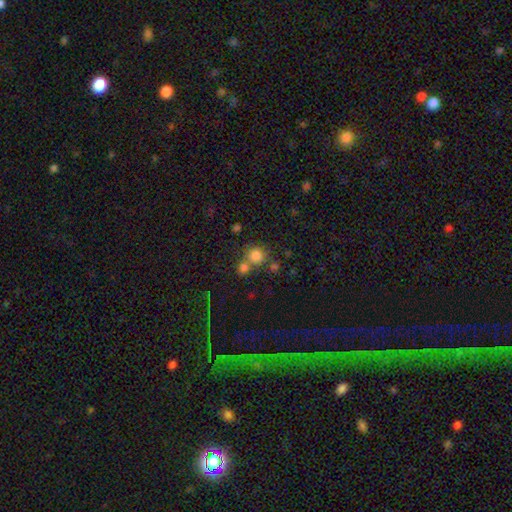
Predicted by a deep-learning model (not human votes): This is likely a smooth galaxy (80%). How rounded: clearly round (88%). Merging: possibly none (54%).